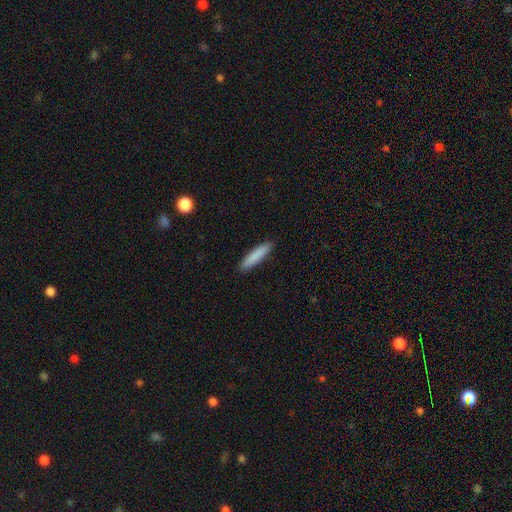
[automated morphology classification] Smooth or featured? Predicted: smooth (p=0.86). How rounded? Predicted: cigar-shaped (p=0.86). Merging? Predicted: none (p=0.90).